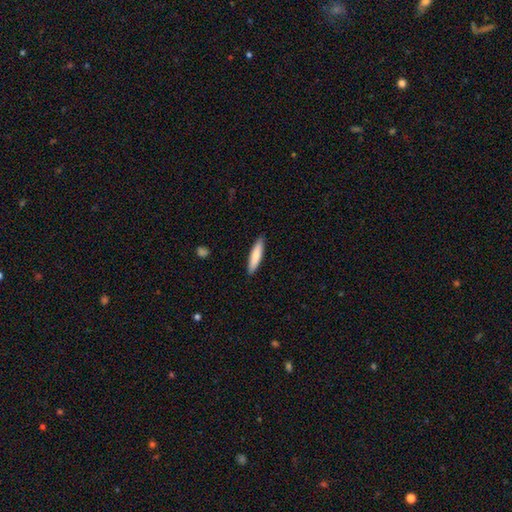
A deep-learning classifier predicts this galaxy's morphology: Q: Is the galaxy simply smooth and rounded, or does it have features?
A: smooth — 80%.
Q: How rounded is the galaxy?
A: cigar-shaped — 81%.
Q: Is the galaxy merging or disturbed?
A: none — 91%.